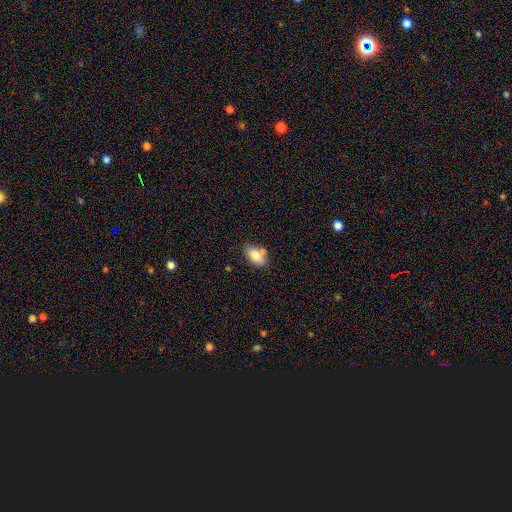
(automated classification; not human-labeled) Smooth or featured?
  - smooth: 80% *
  - featured or disk: 12%
  - star or artifact: 8%
How rounded?
  - in between: 90% *
  - cigar-shaped: 5%
  - round: 5%
Merging?
  - none: 71% *
  - minor disturbance: 14%
  - merger: 12%
  - major disturbance: 3%